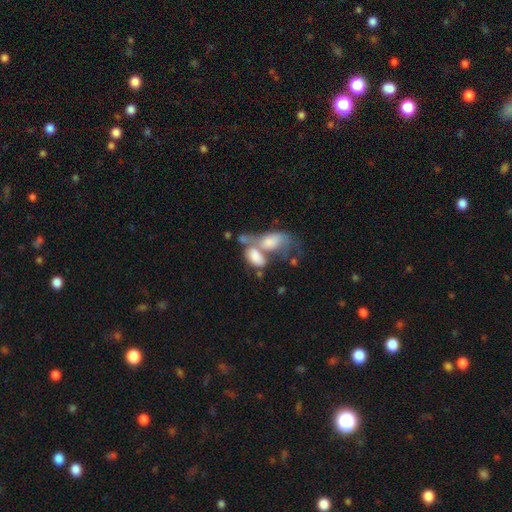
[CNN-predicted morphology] Q: Smooth or featured?
A: smooth (72%); runner-up: featured or disk (21%)
Q: How rounded?
A: in between (92%); runner-up: round (5%)
Q: Merging?
A: merger (71%); runner-up: major disturbance (11%)